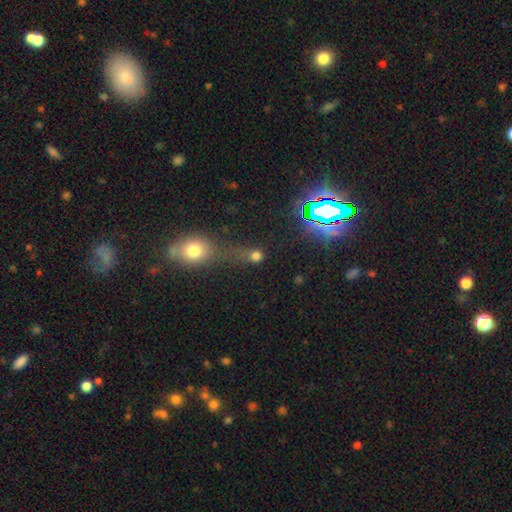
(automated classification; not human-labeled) The model was most divided on "merging": none: 48%, merger: 23%, major disturbance: 15%, minor disturbance: 14%. More confident: how rounded — round (75%); smooth or featured — smooth (61%).